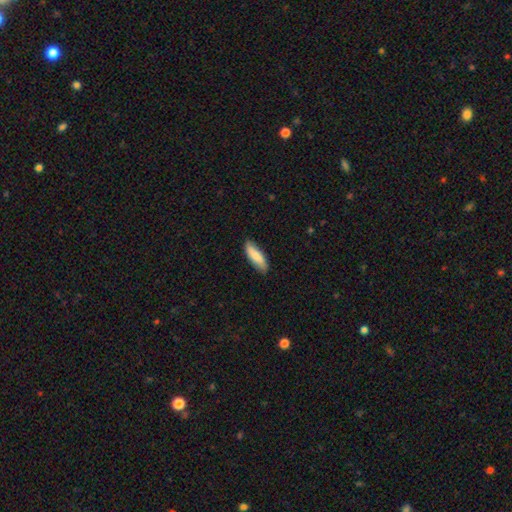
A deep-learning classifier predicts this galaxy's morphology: Q: Smooth or featured?
A: smooth (79%); runner-up: featured or disk (16%)
Q: How rounded?
A: in between (50%); runner-up: cigar-shaped (48%)
Q: Merging?
A: none (84%); runner-up: minor disturbance (13%)